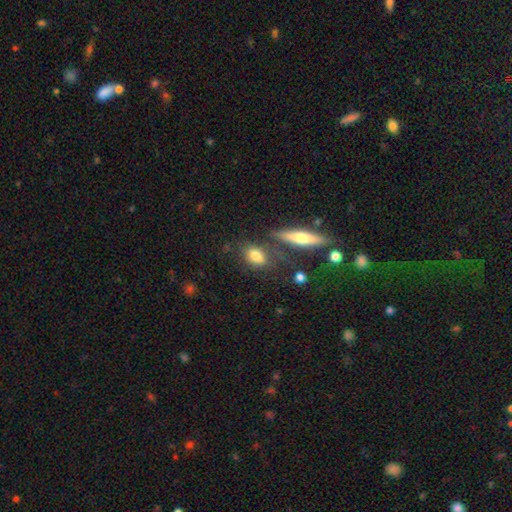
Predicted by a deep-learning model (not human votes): The model was most divided on "how rounded": in between: 68%, round: 24%, cigar-shaped: 8%. More confident: smooth or featured — smooth (75%); merging — none (64%).